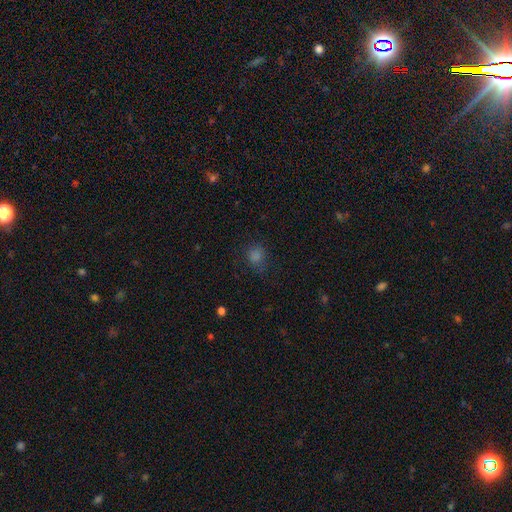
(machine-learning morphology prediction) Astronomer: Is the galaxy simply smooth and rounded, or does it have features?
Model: smooth — 70%.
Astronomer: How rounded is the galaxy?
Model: round — 72%.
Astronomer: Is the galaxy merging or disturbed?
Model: none — 74%.